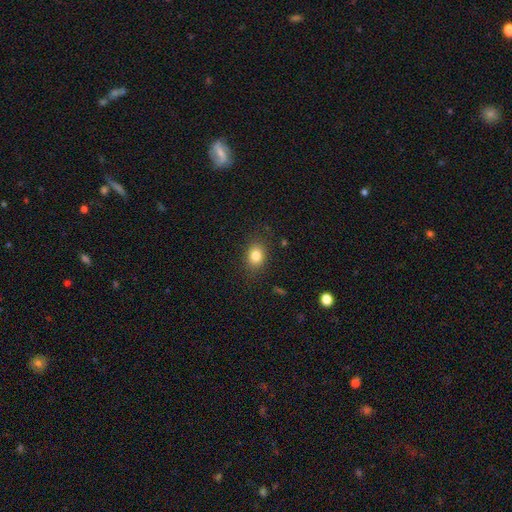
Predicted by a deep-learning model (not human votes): smooth-or-featured: smooth: 83% | star or artifact: 10% | featured or disk: 7%
  how-rounded: in between: 57% | round: 42% | cigar-shaped: 1%
  merging: none: 85% | minor disturbance: 10% | major disturbance: 3% | merger: 1%